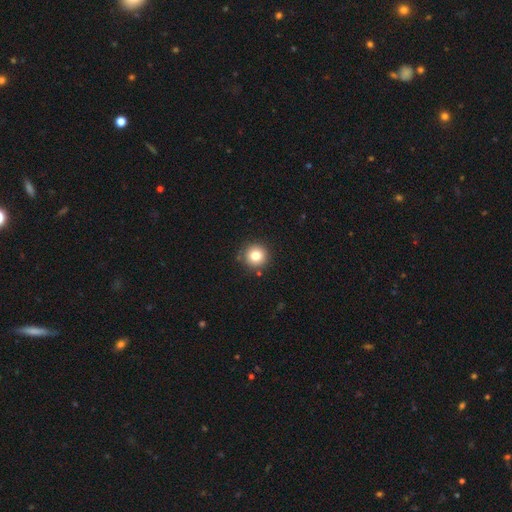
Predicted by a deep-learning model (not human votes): Overall: smooth (79%). How rounded: round (95%). Merging: none (88%).